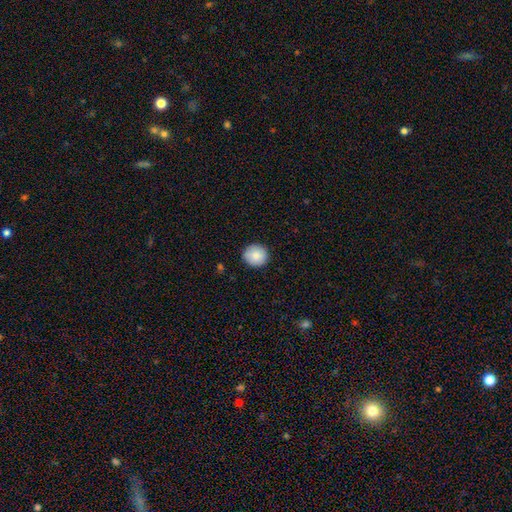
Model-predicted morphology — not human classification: This appears to be a smooth galaxy with no disk features (85%) that is round (91%). Merging: none (89%).